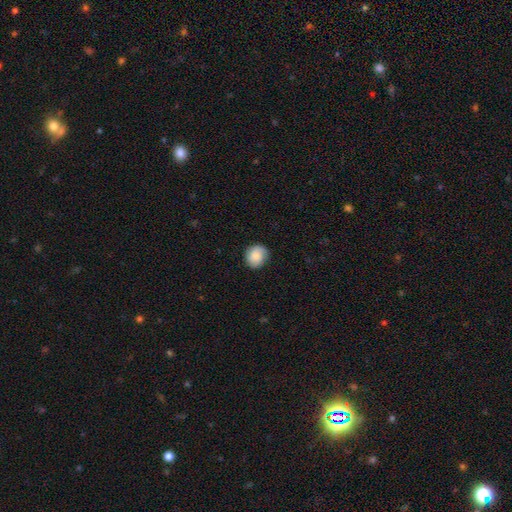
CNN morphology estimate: Smooth or featured? smooth (80%)
How rounded? round (70%)
Merging? none (80%)